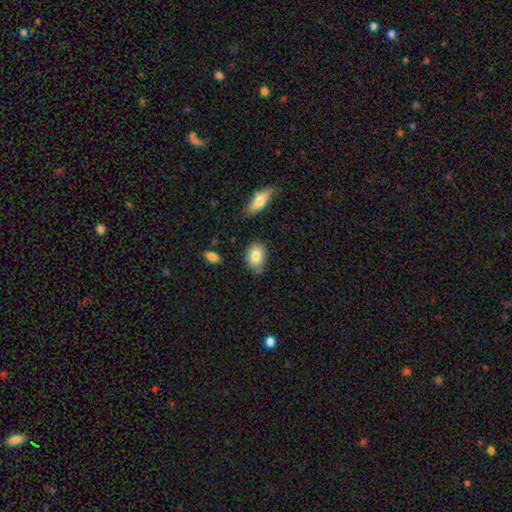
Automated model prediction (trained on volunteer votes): A smooth galaxy with no disk features (82%) that is in between round and cigar-shaped (78%).

Vote fractions:
- Smooth or featured? smooth: 82% / featured or disk: 10% / star or artifact: 7%
- How rounded? in between: 78% / round: 21% / cigar-shaped: 2%
- Merging? none: 75% / minor disturbance: 17% / merger: 5% / major disturbance: 3%